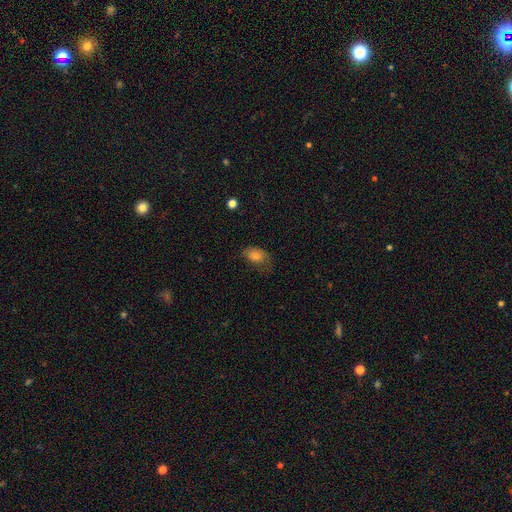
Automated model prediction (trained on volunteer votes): This is likely a smooth galaxy (74%). How rounded: clearly in between (86%). Merging: possibly none (55%).